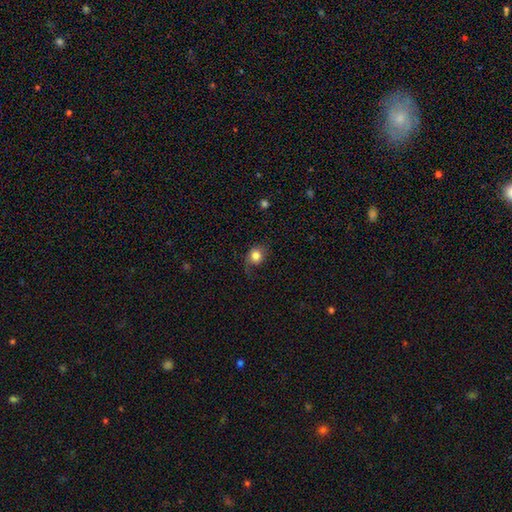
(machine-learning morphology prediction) smooth 78%, featured or disk 13%, star or artifact 9%. Down the decision tree: how rounded — round (69%); merging — none (56%).